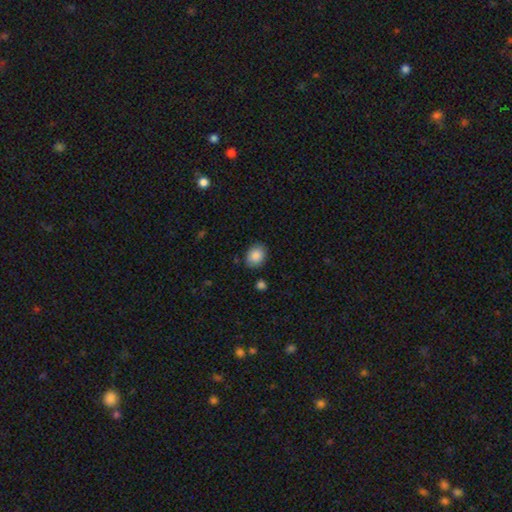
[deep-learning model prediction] This appears to be a smooth galaxy with no disk features (88%) that is in between round and cigar-shaped (54%). Merging: none (84%).